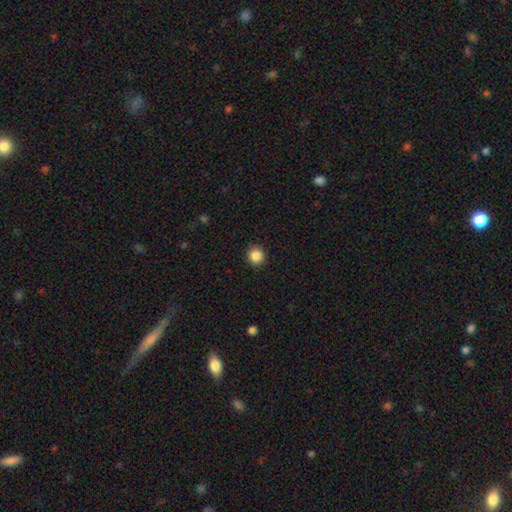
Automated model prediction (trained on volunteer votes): Smooth or featured? Predicted: smooth (p=0.87). How rounded? Predicted: round (p=0.90). Merging? Predicted: none (p=0.92).